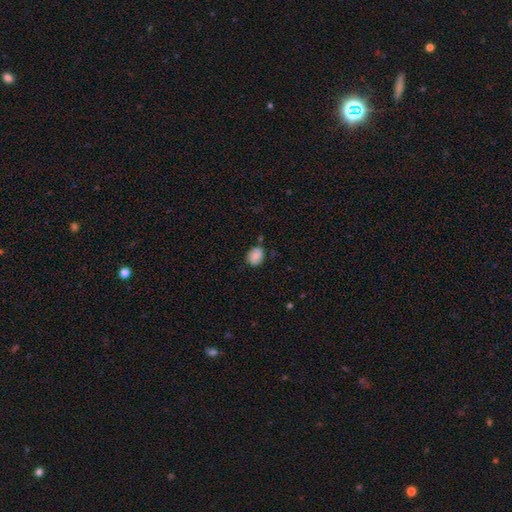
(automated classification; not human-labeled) A smooth galaxy with no disk features (85%) that is in between round and cigar-shaped (50%).

Vote fractions:
- Smooth or featured? smooth: 85% / star or artifact: 8% / featured or disk: 6%
- How rounded? in between: 50% / round: 49% / cigar-shaped: 1%
- Merging? none: 74% / minor disturbance: 18% / merger: 4% / major disturbance: 4%